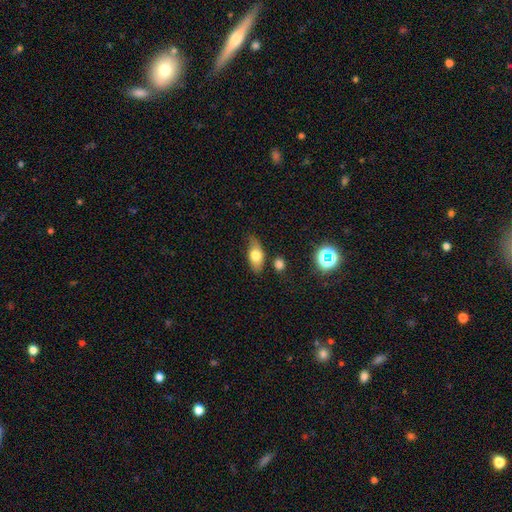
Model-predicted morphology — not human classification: This is likely a smooth galaxy (68%). How rounded: clearly in between (84%). Merging: likely none (65%).